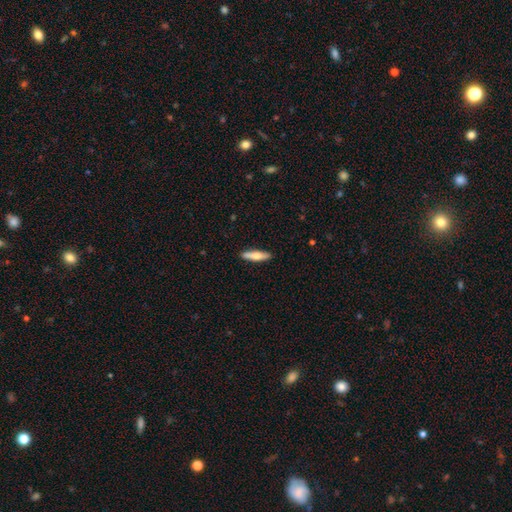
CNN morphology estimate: Smooth or featured?
  - smooth: 65% *
  - featured or disk: 30%
  - star or artifact: 6%
How rounded?
  - cigar-shaped: 80% *
  - in between: 18%
  - round: 2%
Merging?
  - none: 90% *
  - minor disturbance: 8%
  - major disturbance: 2%
  - merger: 1%